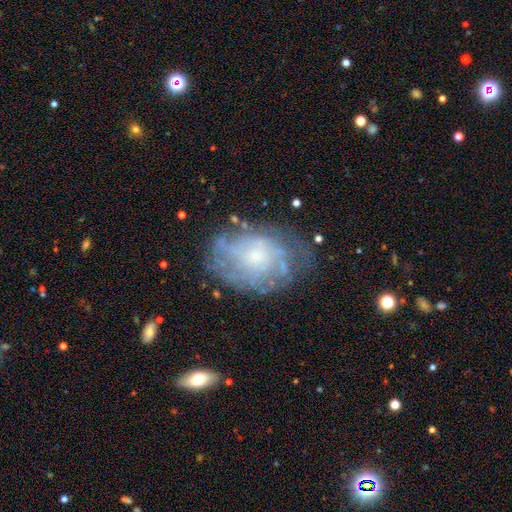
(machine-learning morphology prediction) smooth_or_featured: featured or disk (p=0.72) [alt: smooth p=0.19]
disk_edge_on: no (p=0.96) [alt: yes p=0.04]
bar: no (p=0.80) [alt: weak p=0.17]
has_spiral_arms: yes (p=0.79) [alt: no p=0.21]
spiral_winding: tight (p=0.59) [alt: medium p=0.29]
spiral_arm_count: can't tell (p=0.57) [alt: 4 p=0.10]
bulge_size: small (p=0.64) [alt: moderate p=0.25]
merging: none (p=0.67) [alt: minor disturbance p=0.20]